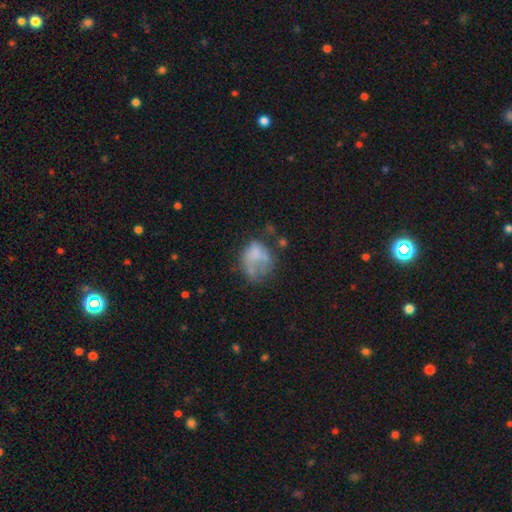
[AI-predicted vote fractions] Morphology: type=smooth (54%); roundness=round (52%); merging=major disturbance (37%).